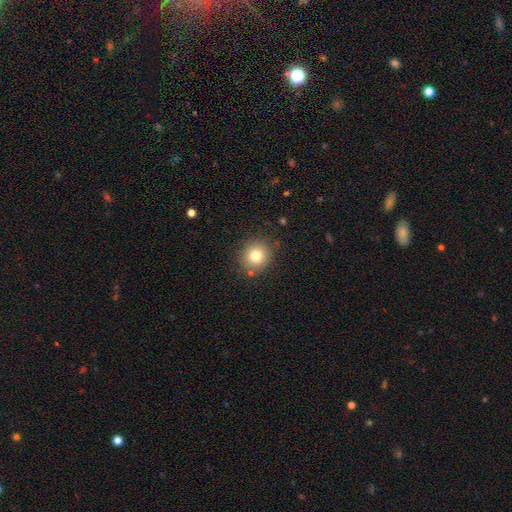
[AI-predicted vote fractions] smooth-or-featured: smooth: 79% | star or artifact: 12% | featured or disk: 9%
  how-rounded: round: 86% | in between: 13% | cigar-shaped: 1%
  merging: none: 85% | minor disturbance: 9% | merger: 3% | major disturbance: 3%